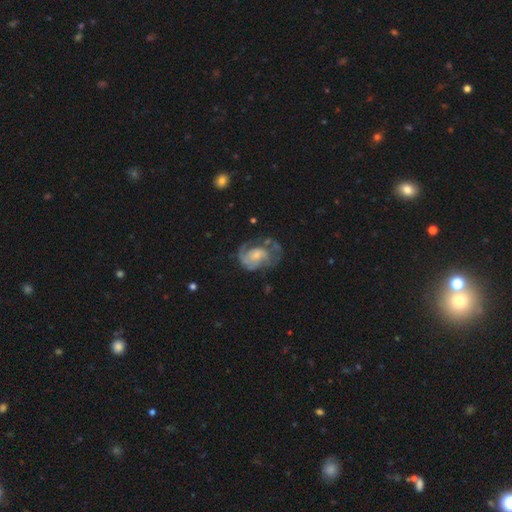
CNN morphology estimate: Smooth or featured? Predicted: featured or disk (p=0.76). Edge-on disk? Predicted: no (p=0.98). Bar? Predicted: no (p=0.67). Spiral arms? Predicted: yes (p=0.86). Spiral winding? Predicted: medium (p=0.43). Spiral arm count? Predicted: 2 (p=0.44). Bulge size? Predicted: small (p=0.53). Merging? Predicted: none (p=0.44).